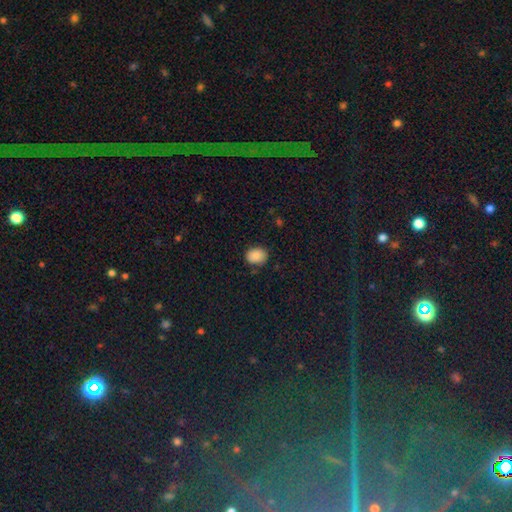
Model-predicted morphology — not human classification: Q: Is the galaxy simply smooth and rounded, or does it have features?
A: smooth — 87%.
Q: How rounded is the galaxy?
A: in between — 56%.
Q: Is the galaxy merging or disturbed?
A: none — 81%.